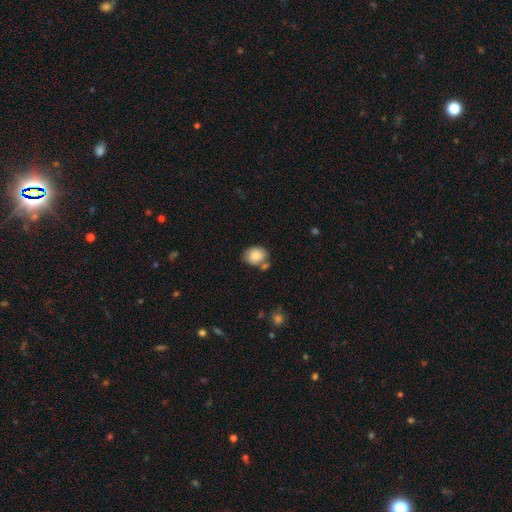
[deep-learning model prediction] smooth_or_featured: smooth (p=0.81) [alt: featured or disk p=0.12]
how_rounded: in between (p=0.58) [alt: round p=0.41]
merging: none (p=0.56) [alt: minor disturbance p=0.20]